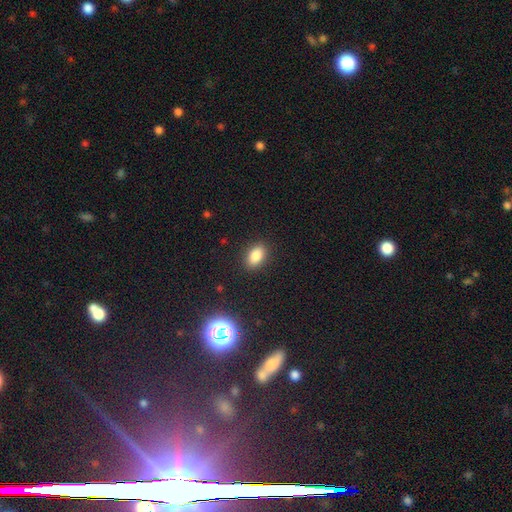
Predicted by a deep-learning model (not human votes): This is clearly a smooth galaxy (84%). How rounded: clearly in between (86%). Merging: clearly none (88%).